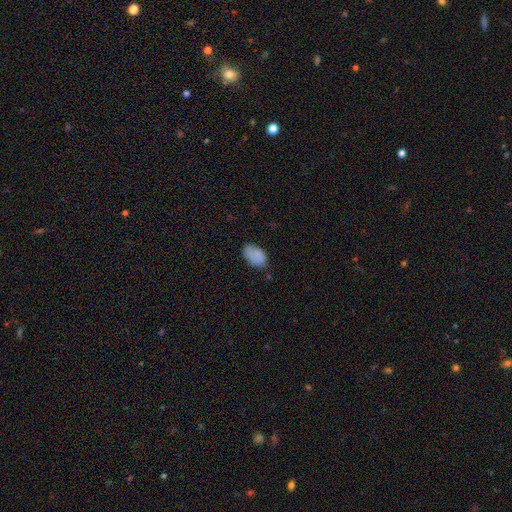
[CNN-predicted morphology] smooth-or-featured: smooth: 84% | star or artifact: 8% | featured or disk: 8%
  how-rounded: in between: 92% | round: 7% | cigar-shaped: 1%
  merging: none: 70% | minor disturbance: 23% | major disturbance: 5% | merger: 2%